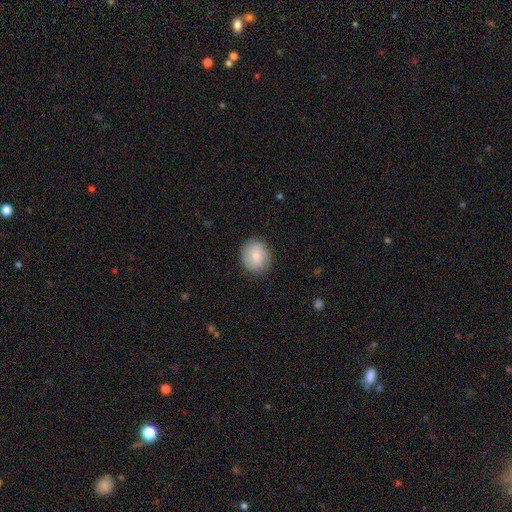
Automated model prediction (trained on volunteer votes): smooth 80%, featured or disk 13%, star or artifact 7%. Down the decision tree: how rounded — round (75%); merging — none (85%).